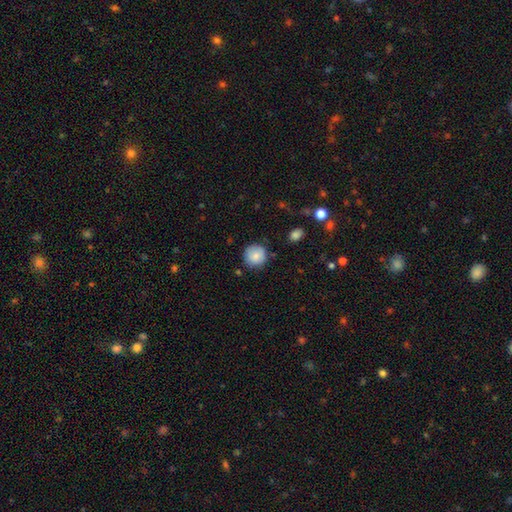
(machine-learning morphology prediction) A smooth galaxy with no disk features (82%) that is round (93%). Merging: none (81%).